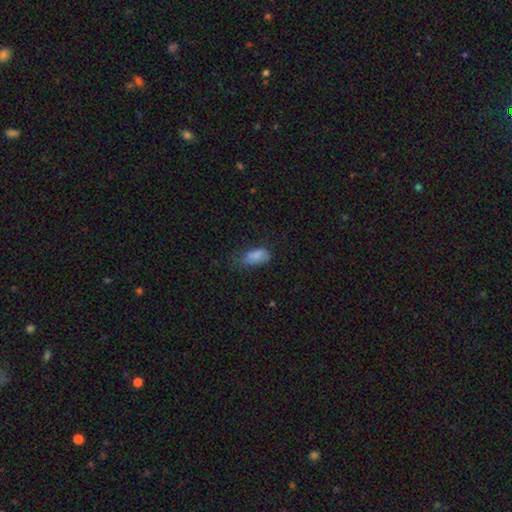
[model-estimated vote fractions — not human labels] smooth 79%, featured or disk 10%, star or artifact 10%. Down the decision tree: how rounded — in between (89%); merging — none (40%).